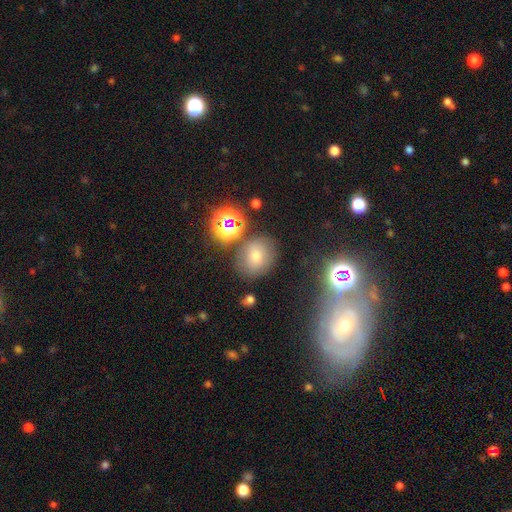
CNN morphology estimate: This appears to be a smooth galaxy with no disk features (58%) that is round (60%). Merging: none (78%).